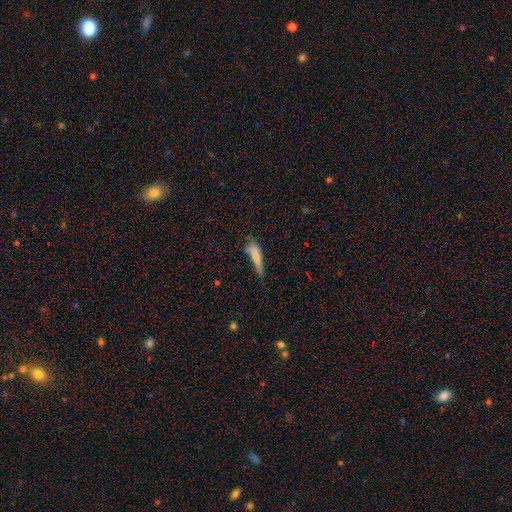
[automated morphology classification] Smooth or featured? smooth (64%)
How rounded? cigar-shaped (71%)
Merging? none (35%)